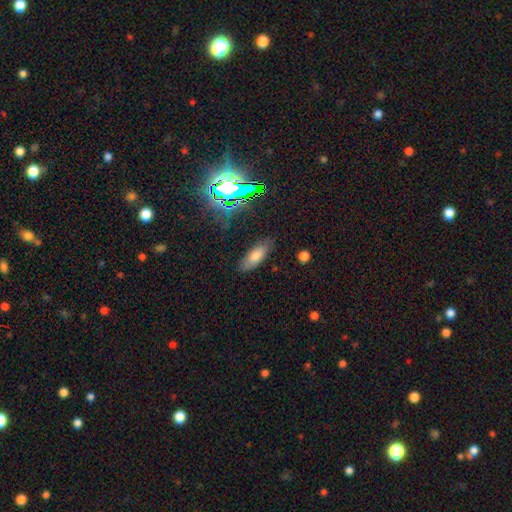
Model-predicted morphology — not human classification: A smooth galaxy with no disk features (68%) that is in between round and cigar-shaped (70%). Merging: none (83%).